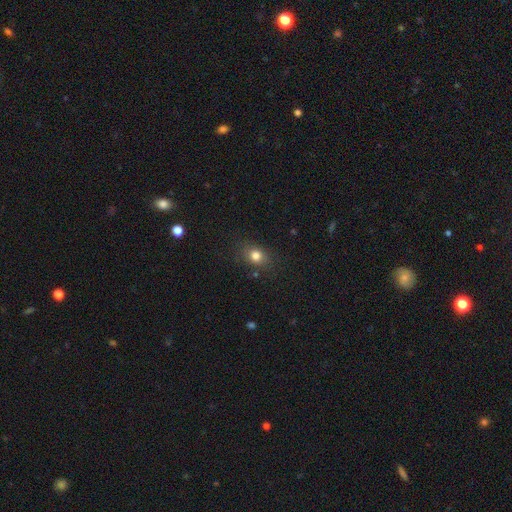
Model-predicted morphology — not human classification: smooth-or-featured: smooth: 79% | star or artifact: 13% | featured or disk: 8%
  how-rounded: round: 51% | in between: 47% | cigar-shaped: 1%
  merging: none: 82% | minor disturbance: 12% | major disturbance: 4% | merger: 2%